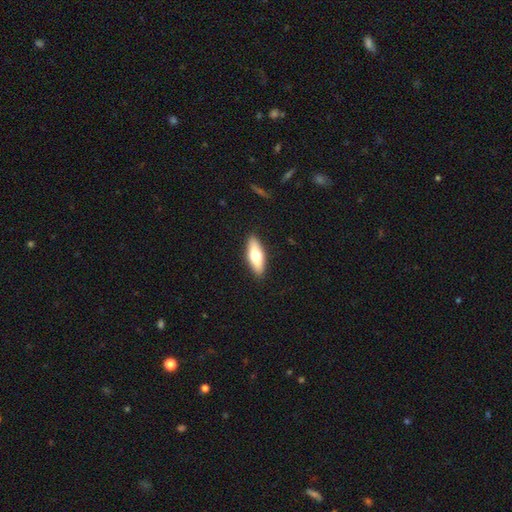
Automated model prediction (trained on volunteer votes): This appears to be a smooth galaxy with no disk features (63%) that is in between round and cigar-shaped (61%). Merging: none (90%).